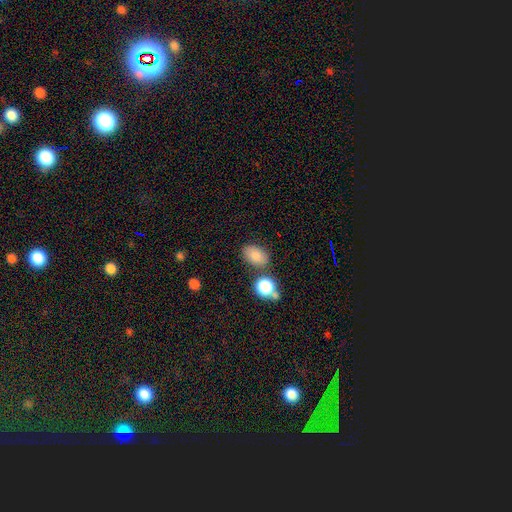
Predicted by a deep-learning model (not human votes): smooth-or-featured: smooth: 82% | star or artifact: 10% | featured or disk: 8%
  how-rounded: in between: 83% | round: 16% | cigar-shaped: 1%
  merging: none: 73% | minor disturbance: 13% | merger: 10% | major disturbance: 4%